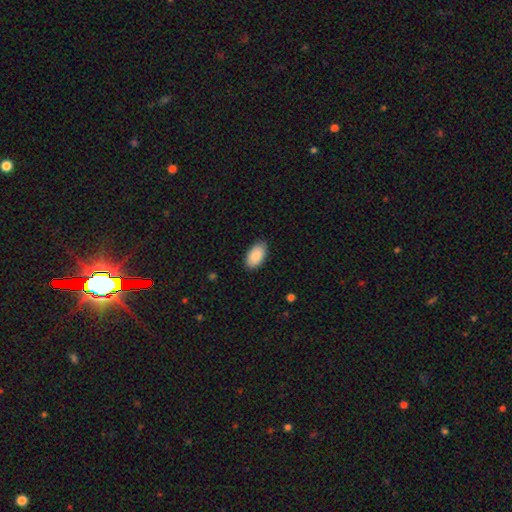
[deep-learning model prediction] This is clearly a smooth galaxy (89%). How rounded: clearly in between (96%). Merging: clearly none (87%).